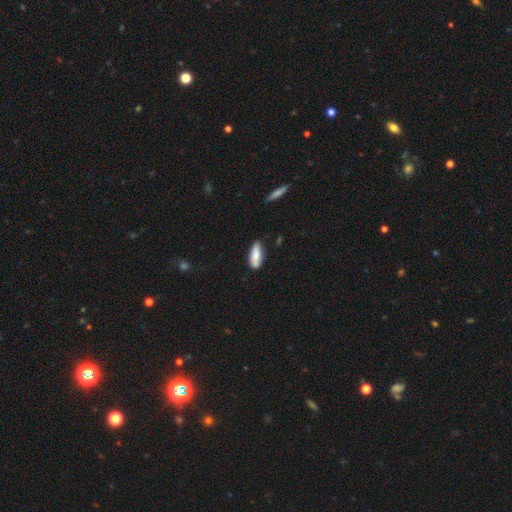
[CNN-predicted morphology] type=smooth (80%); roundness=in between (74%); merging=none (76%).